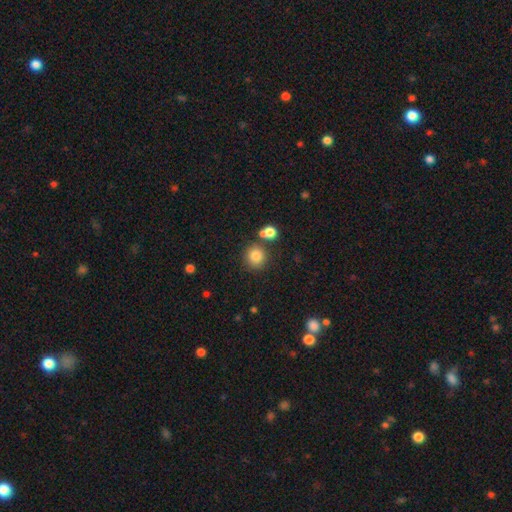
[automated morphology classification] smooth-or-featured: smooth: 83% | star or artifact: 11% | featured or disk: 6%
  how-rounded: round: 88% | in between: 11% | cigar-shaped: 1%
  merging: none: 73% | merger: 15% | minor disturbance: 9% | major disturbance: 3%